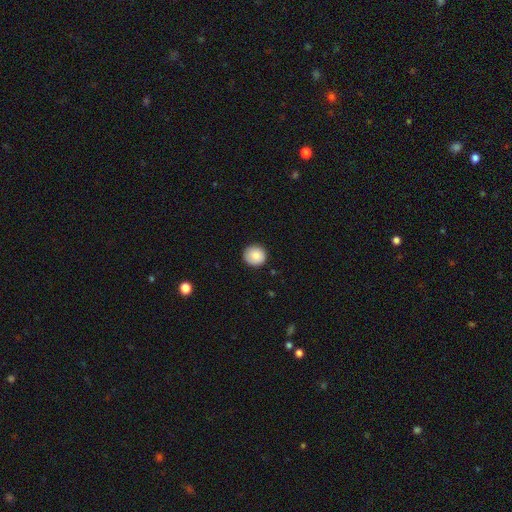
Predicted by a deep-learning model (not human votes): Smooth or featured?
  - smooth: 87% *
  - star or artifact: 8%
  - featured or disk: 5%
How rounded?
  - round: 92% *
  - in between: 7%
  - cigar-shaped: 1%
Merging?
  - none: 89% *
  - minor disturbance: 8%
  - major disturbance: 2%
  - merger: 1%